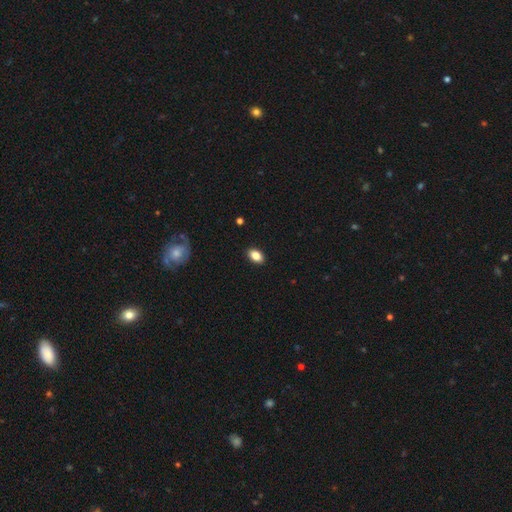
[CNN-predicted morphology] smooth_or_featured: smooth (p=0.84) [alt: star or artifact p=0.09]
how_rounded: in between (p=0.89) [alt: round p=0.10]
merging: none (p=0.89) [alt: minor disturbance p=0.08]